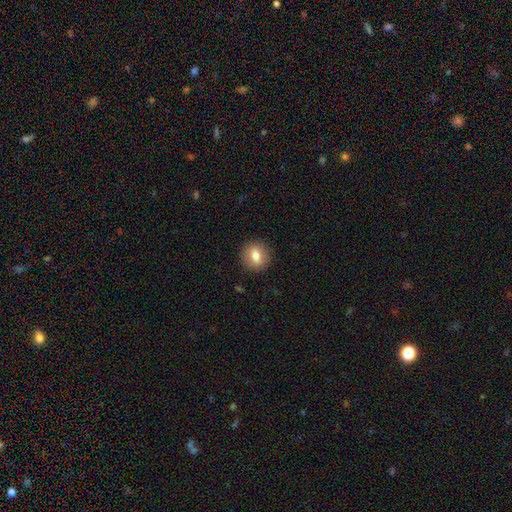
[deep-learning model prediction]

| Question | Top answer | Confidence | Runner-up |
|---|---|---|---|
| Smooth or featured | smooth | 73% | featured or disk (18%) |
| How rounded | round | 76% | in between (23%) |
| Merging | none | 89% | minor disturbance (8%) |